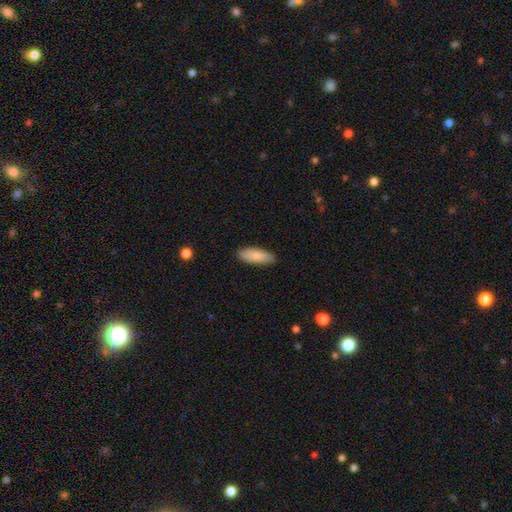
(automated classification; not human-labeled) The model was most divided on "how rounded": in between: 71%, cigar-shaped: 27%, round: 2%. More confident: merging — none (87%); smooth or featured — smooth (86%).